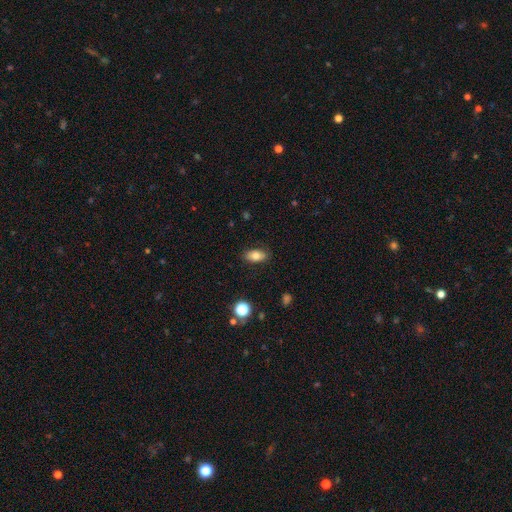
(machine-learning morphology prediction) type=smooth (78%); roundness=in between (90%); merging=none (85%).